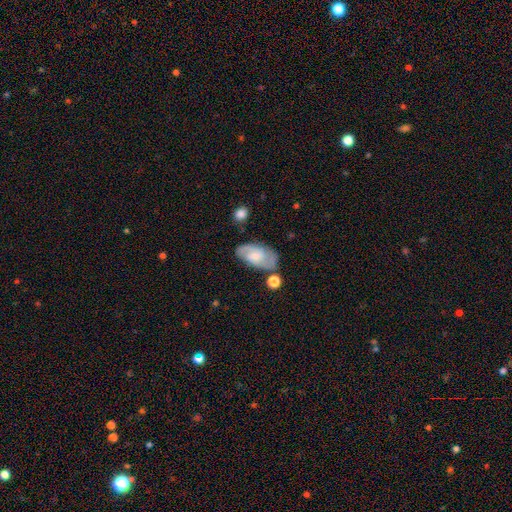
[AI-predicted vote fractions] This appears to be a featured or disk galaxy (58%) with no bar (45%, tied with weak), spiral arms (87%) and a small central bulge (49%). Merging: none (67%).